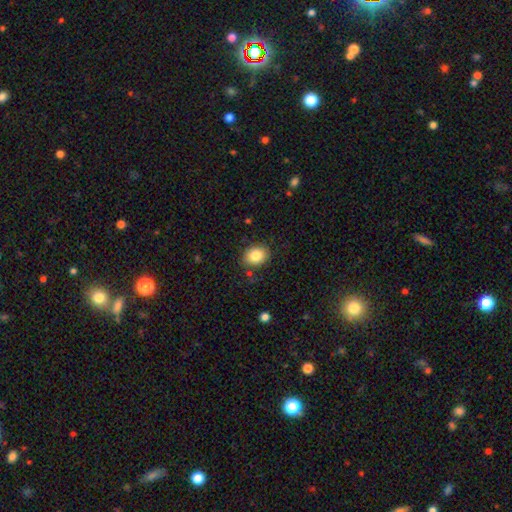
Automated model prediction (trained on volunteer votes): Smooth or featured: smooth — 83% (star or artifact — 9%)
How rounded: in between — 51% (round — 48%)
Merging: none — 84% (minor disturbance — 11%)